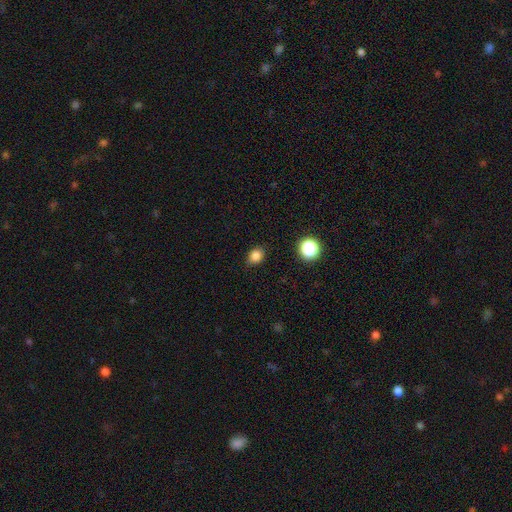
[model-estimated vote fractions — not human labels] A smooth galaxy with no disk features (83%) that is in between round and cigar-shaped (54%).

Vote fractions:
- Smooth or featured? smooth: 83% / star or artifact: 13% / featured or disk: 5%
- How rounded? in between: 54% / round: 44% / cigar-shaped: 1%
- Merging? none: 84% / minor disturbance: 12% / major disturbance: 3% / merger: 1%